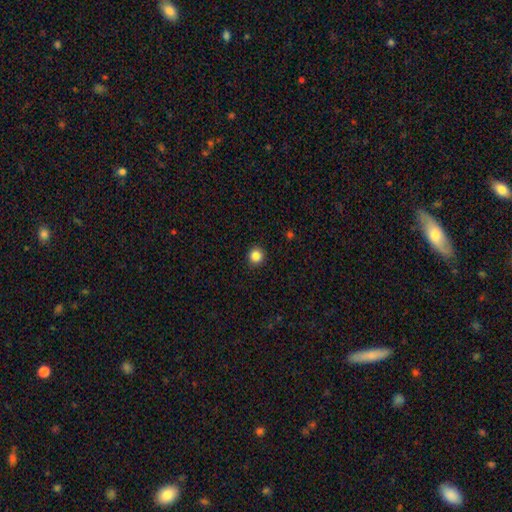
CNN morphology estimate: This appears to be a smooth galaxy with no disk features (85%) that is round (94%). Merging: none (93%).